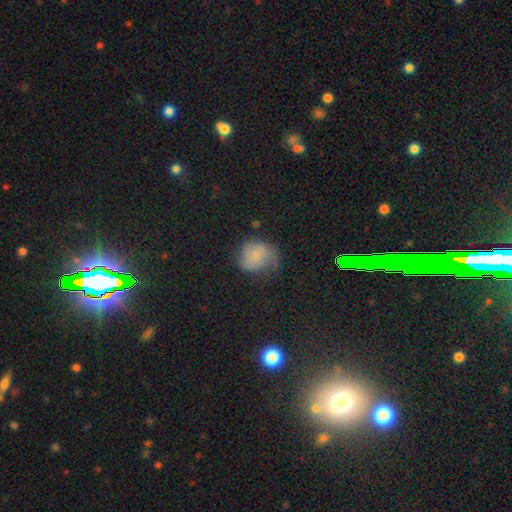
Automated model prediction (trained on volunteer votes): A smooth galaxy with no disk features (65%) that is round (66%).

Vote fractions:
- Smooth or featured? smooth: 65% / featured or disk: 22% / star or artifact: 14%
- How rounded? round: 66% / in between: 33% / cigar-shaped: 1%
- Merging? none: 44% / minor disturbance: 34% / major disturbance: 19% / merger: 3%